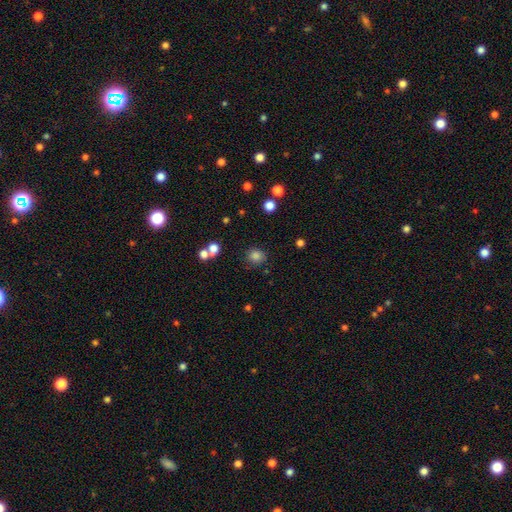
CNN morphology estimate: A smooth galaxy with no disk features (82%) that is round (83%).

Vote fractions:
- Smooth or featured? smooth: 82% / star or artifact: 13% / featured or disk: 5%
- How rounded? round: 83% / in between: 16% / cigar-shaped: 1%
- Merging? none: 82% / minor disturbance: 10% / merger: 5% / major disturbance: 3%